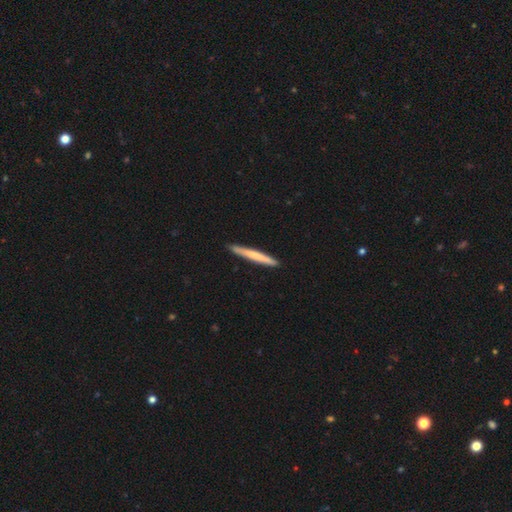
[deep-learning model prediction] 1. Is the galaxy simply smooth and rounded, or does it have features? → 63% smooth, 32% featured or disk, 5% star or artifact.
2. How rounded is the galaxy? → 97% cigar-shaped, 2% in between, 1% round.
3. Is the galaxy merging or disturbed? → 91% none, 7% minor disturbance, 1% major disturbance, 1% merger.